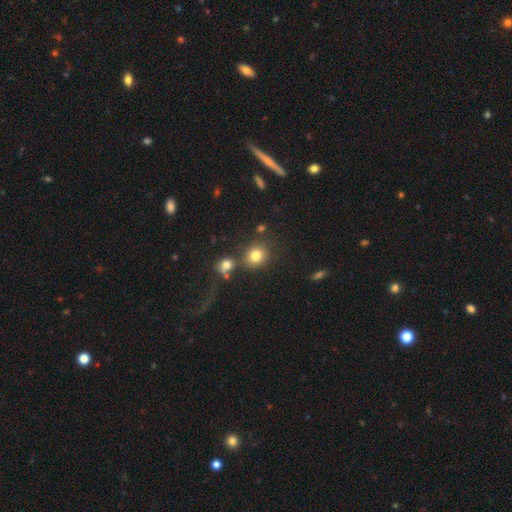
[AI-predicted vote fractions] Morphology: type=smooth (79%); roundness=round (79%); merging=none (67%).